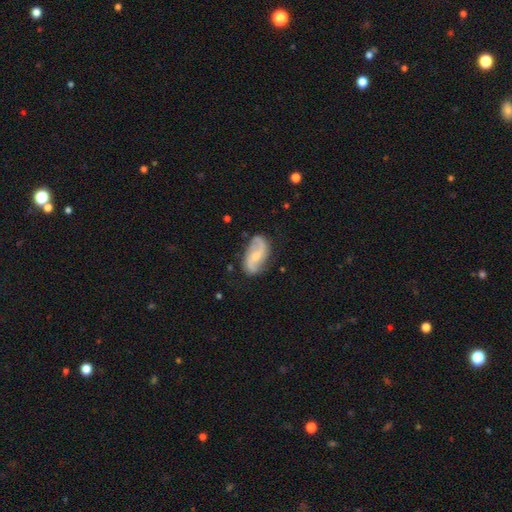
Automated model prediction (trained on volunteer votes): Q: Smooth or featured?
A: featured or disk (83%); runner-up: smooth (12%)
Q: Edge-on disk?
A: no (97%); runner-up: yes (3%)
Q: Bar?
A: weak (45%); runner-up: no (42%)
Q: Spiral arms?
A: yes (96%); runner-up: no (4%)
Q: Spiral winding?
A: loose (53%); runner-up: medium (36%)
Q: Spiral arm count?
A: 2 (91%); runner-up: can't tell (4%)
Q: Bulge size?
A: small (51%); runner-up: moderate (40%)
Q: Merging?
A: none (77%); runner-up: minor disturbance (17%)